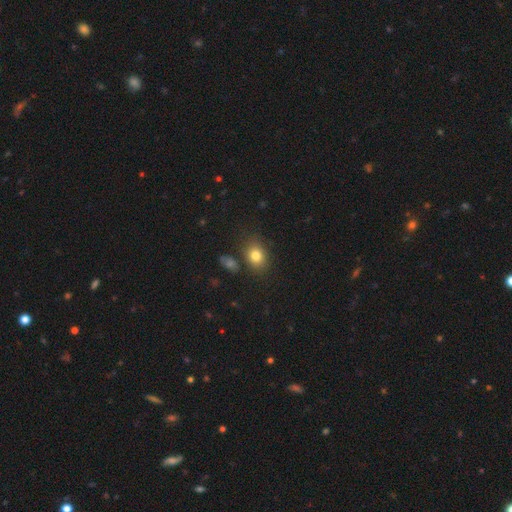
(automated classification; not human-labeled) This appears to be a smooth galaxy with no disk features (81%) that is in between round and cigar-shaped (58%). Merging: none (76%).